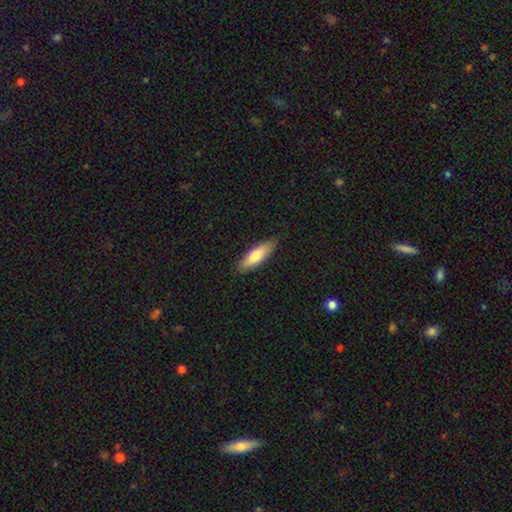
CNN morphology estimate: Q: Smooth or featured?
A: smooth (72%); runner-up: featured or disk (23%)
Q: How rounded?
A: in between (50%); runner-up: cigar-shaped (49%)
Q: Merging?
A: none (87%); runner-up: minor disturbance (10%)